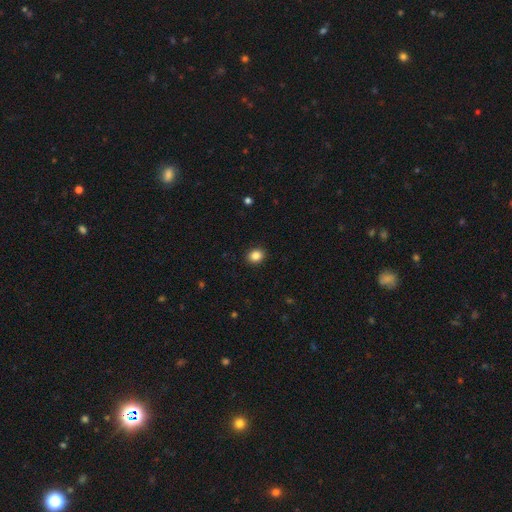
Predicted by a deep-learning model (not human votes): Smooth or featured?
  - smooth: 86% *
  - star or artifact: 10%
  - featured or disk: 4%
How rounded?
  - round: 57% *
  - in between: 43%
  - cigar-shaped: 1%
Merging?
  - none: 91% *
  - minor disturbance: 6%
  - major disturbance: 2%
  - merger: 1%